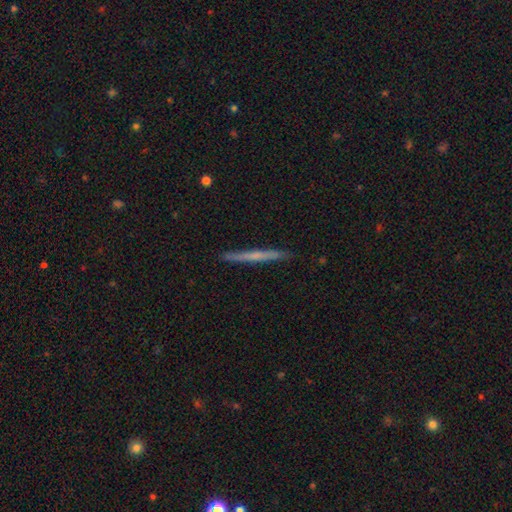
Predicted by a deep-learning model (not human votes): Smooth or featured?
  - featured or disk: 50% *
  - smooth: 45%
  - star or artifact: 6%
Merging?
  - none: 92% *
  - minor disturbance: 6%
  - major disturbance: 1%
  - merger: 1%